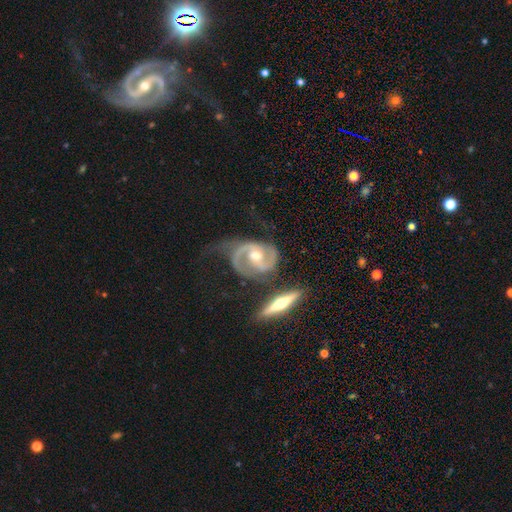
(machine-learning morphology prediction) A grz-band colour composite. It shows a featured or disk galaxy (90%) with no bar (39%), 2 (89%) medium (50%) spiral arms (97%) and a moderate central bulge (73%). Merging: none (50%).